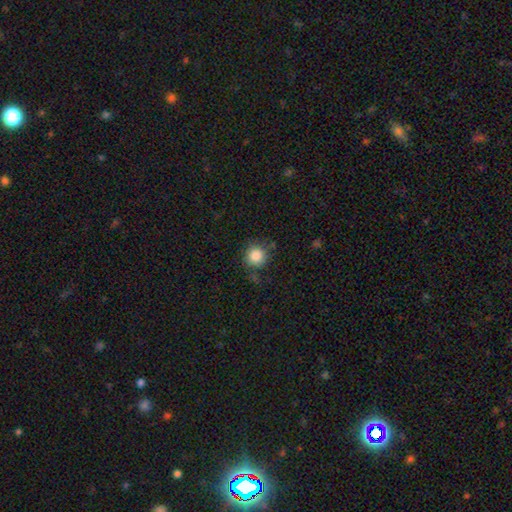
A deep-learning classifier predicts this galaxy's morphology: The model was most divided on "merging": none: 79%, minor disturbance: 14%, major disturbance: 4%, merger: 3%. More confident: how rounded — round (93%); smooth or featured — smooth (86%).